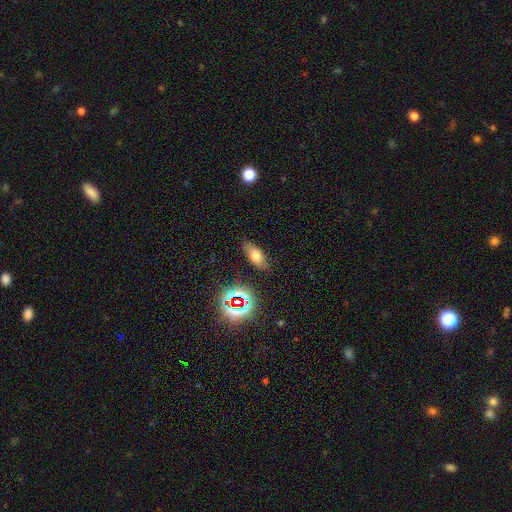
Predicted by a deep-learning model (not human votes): A smooth galaxy with no disk features (66%) that is in between round and cigar-shaped (80%). Merging: none (81%).